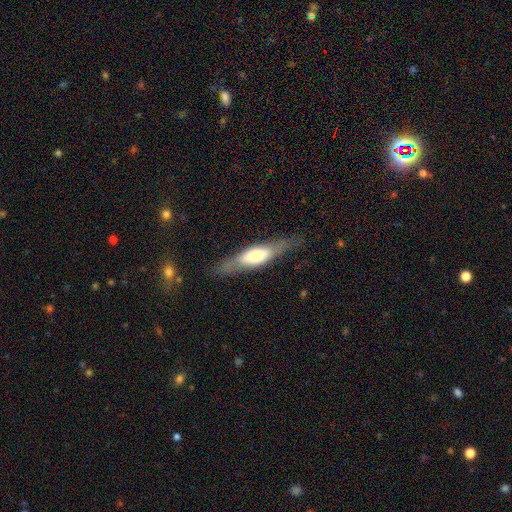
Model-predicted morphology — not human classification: smooth-or-featured: featured or disk: 51% | smooth: 43% | star or artifact: 6%
  disk-edge-on: yes: 82% | no: 18%
  merging: none: 76% | minor disturbance: 15% | major disturbance: 7% | merger: 1%